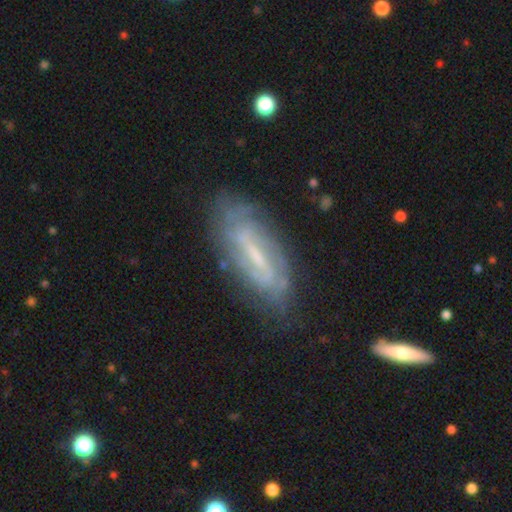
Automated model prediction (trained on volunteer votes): Overall: featured or disk (73%). Edge-on disk: no (82%). Bar: weak (45%; strong 36%). Spiral arms: yes (83%). Bulge size: small (51%; moderate 28%). Merging: none (72%).